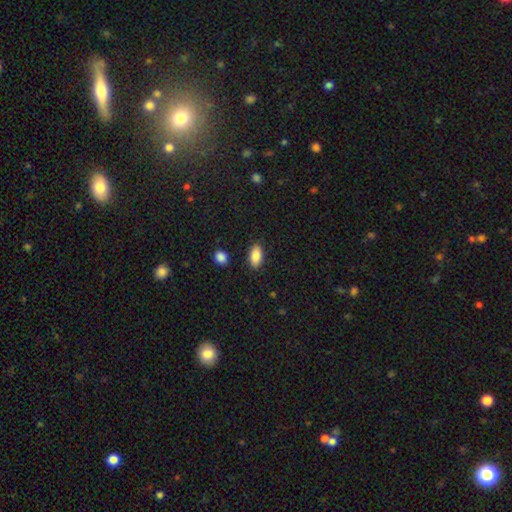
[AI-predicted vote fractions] Smooth or featured? smooth (88%)
How rounded? in between (92%)
Merging? none (86%)